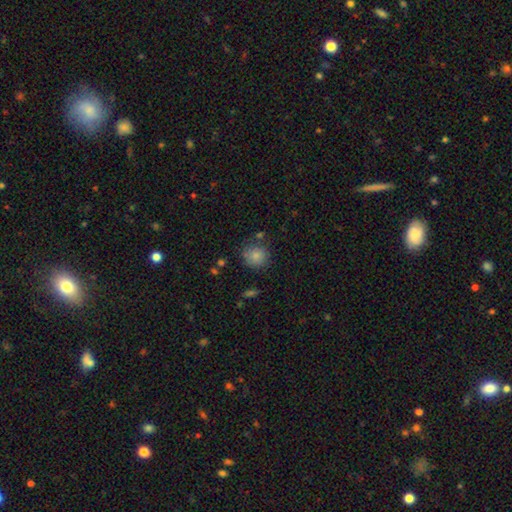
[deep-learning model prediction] smooth-or-featured: smooth: 84% | star or artifact: 9% | featured or disk: 7%
  how-rounded: round: 88% | in between: 11% | cigar-shaped: 1%
  merging: none: 74% | minor disturbance: 16% | merger: 6% | major disturbance: 5%